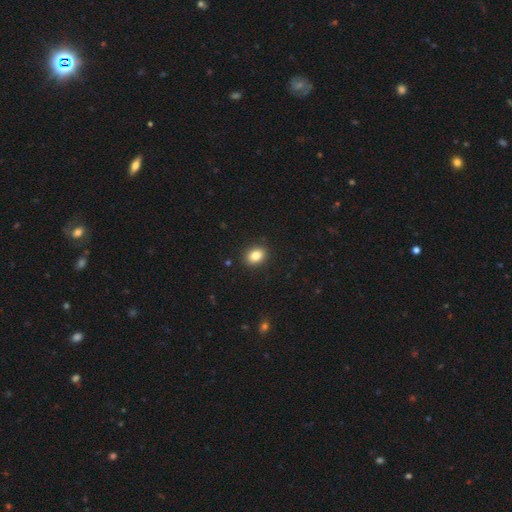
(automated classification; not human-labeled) The model was most divided on "how rounded": in between: 65%, round: 34%, cigar-shaped: 1%. More confident: merging — none (90%); smooth or featured — smooth (84%).